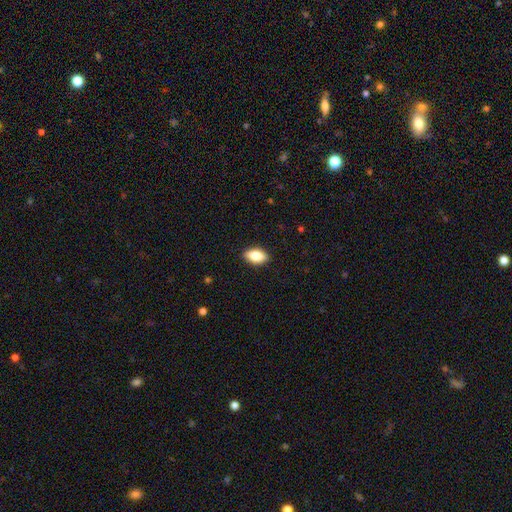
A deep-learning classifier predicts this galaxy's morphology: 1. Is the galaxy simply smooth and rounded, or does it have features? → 80% smooth, 12% featured or disk, 7% star or artifact.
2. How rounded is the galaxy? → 89% in between, 6% round, 5% cigar-shaped.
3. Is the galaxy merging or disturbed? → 89% none, 8% minor disturbance, 2% major disturbance, 1% merger.